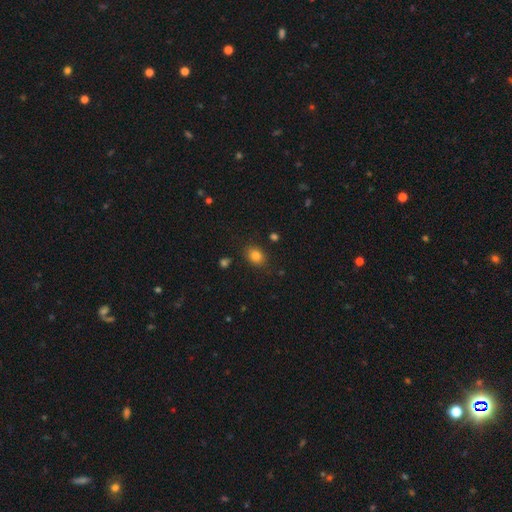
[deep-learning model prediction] A smooth galaxy with no disk features (82%) that is in between round and cigar-shaped (57%). Merging: none (82%).